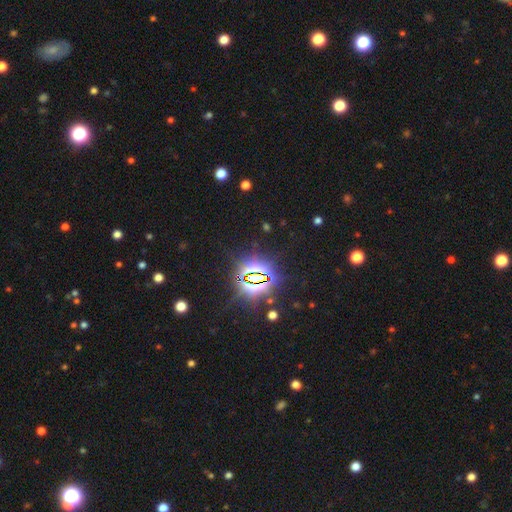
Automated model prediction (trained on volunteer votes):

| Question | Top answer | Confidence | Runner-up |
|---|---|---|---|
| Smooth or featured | star or artifact | 84% | smooth (10%) |